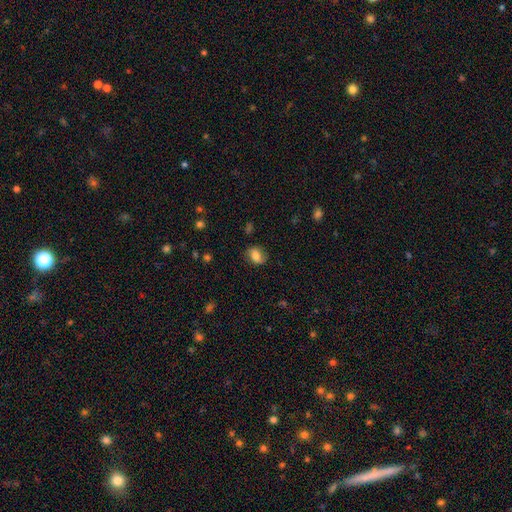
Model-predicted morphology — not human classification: Overall: smooth (69%). How rounded: in between (67%; round 31%). Merging: none (77%).